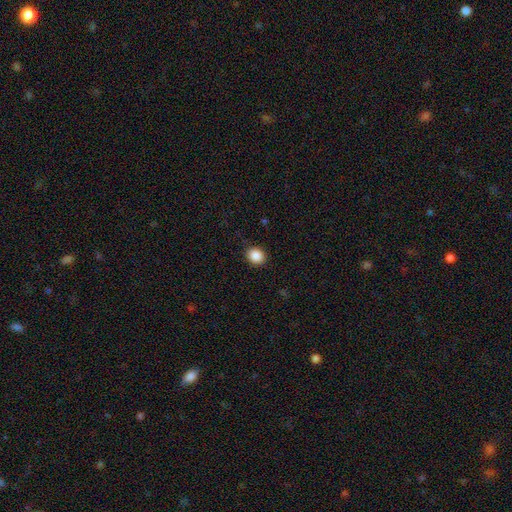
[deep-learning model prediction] Morphology: type=smooth (88%); roundness=round (72%); merging=none (90%).